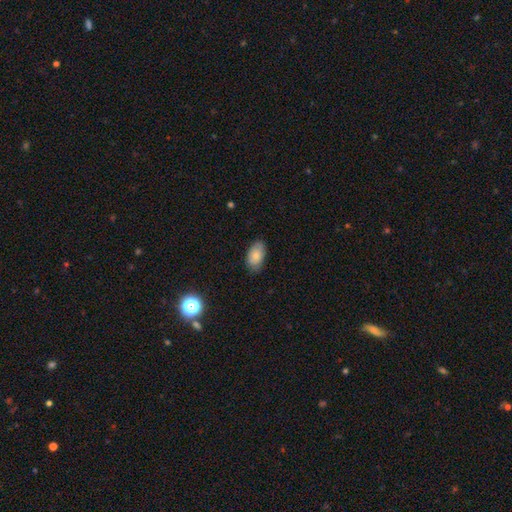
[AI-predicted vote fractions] Smooth or featured? Predicted: smooth (p=0.78). How rounded? Predicted: in between (p=0.93). Merging? Predicted: none (p=0.79).